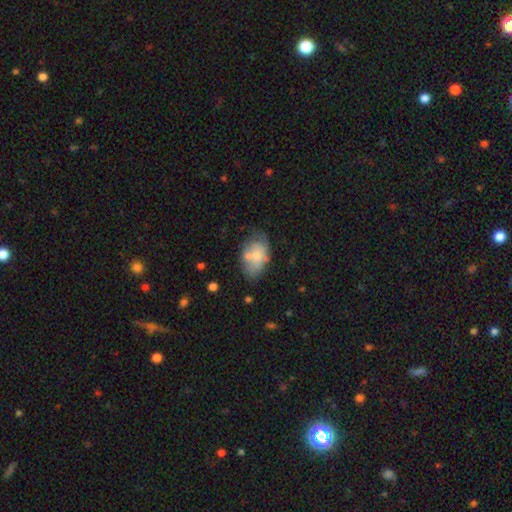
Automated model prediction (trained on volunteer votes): Smooth or featured: smooth — 62% (featured or disk — 31%)
How rounded: in between — 87% (round — 11%)
Merging: none — 46% (minor disturbance — 27%)